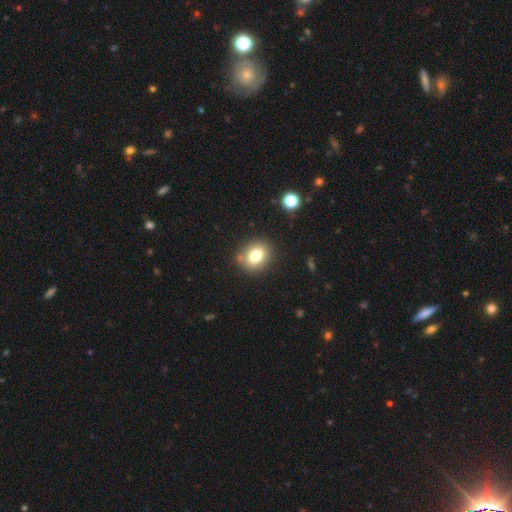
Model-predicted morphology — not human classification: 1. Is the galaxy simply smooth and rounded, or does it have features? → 78% smooth, 12% featured or disk, 10% star or artifact.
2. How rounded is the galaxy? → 60% in between, 38% round, 1% cigar-shaped.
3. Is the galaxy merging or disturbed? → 81% none, 11% minor disturbance, 5% merger, 3% major disturbance.